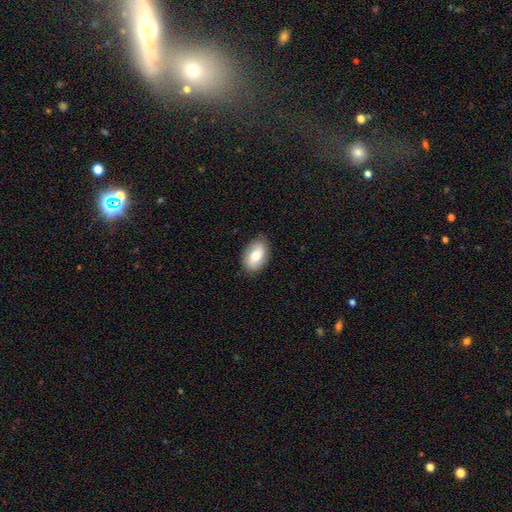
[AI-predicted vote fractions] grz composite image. It shows a smooth galaxy with no disk features (69%) that is in between round and cigar-shaped (89%). Merging: none (85%).